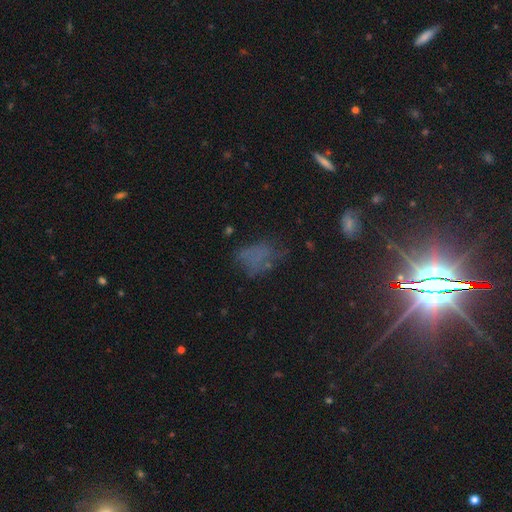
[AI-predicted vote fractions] smooth 49%, star or artifact 27%, featured or disk 25%. Down the decision tree: merging — none (43%).